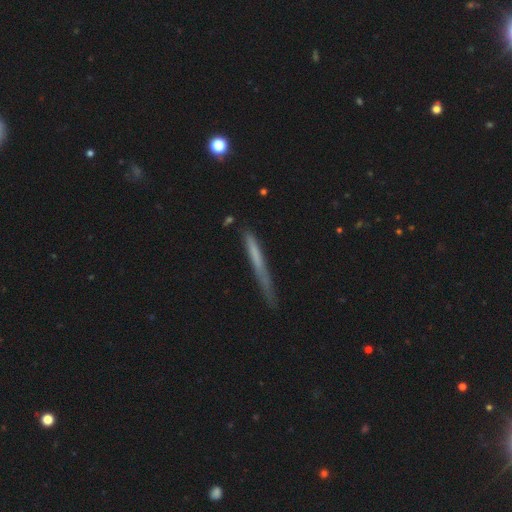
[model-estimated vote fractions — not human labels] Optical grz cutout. It shows a smooth galaxy with no disk features (58%) that is cigar-shaped (97%). Merging: none (71%).